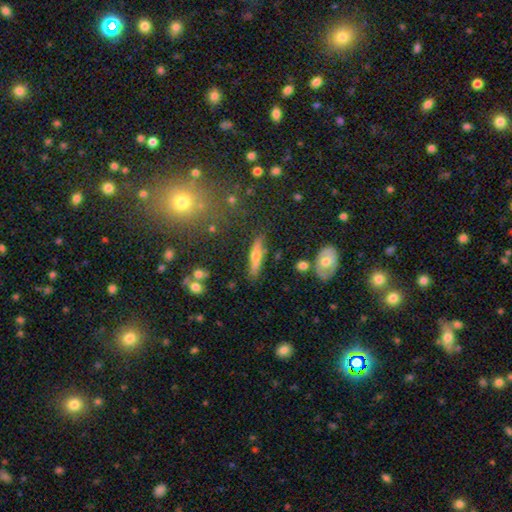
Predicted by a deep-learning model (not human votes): Overall: featured or disk (53%; smooth 38%). Edge-on disk: yes (84%). Merging: none (78%).